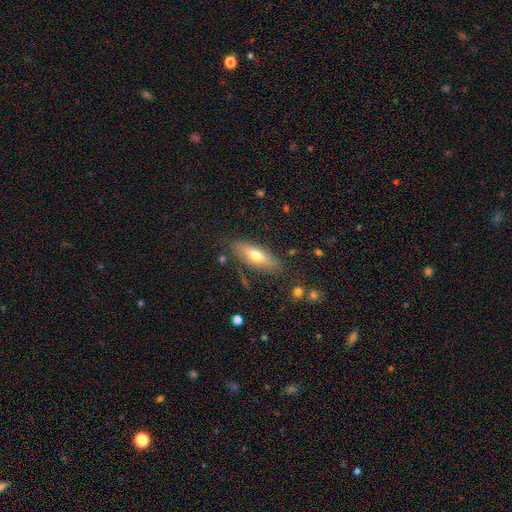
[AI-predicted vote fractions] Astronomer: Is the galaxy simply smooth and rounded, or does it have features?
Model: smooth — 60%.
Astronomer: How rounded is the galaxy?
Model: in between — 54% (runner-up: cigar-shaped, 43%).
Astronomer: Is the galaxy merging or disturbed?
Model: none — 81%.